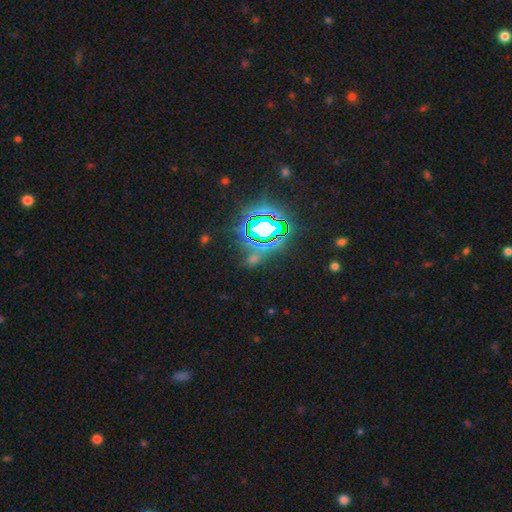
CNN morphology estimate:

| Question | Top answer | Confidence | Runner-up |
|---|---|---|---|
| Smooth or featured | star or artifact | 66% | smooth (24%) |